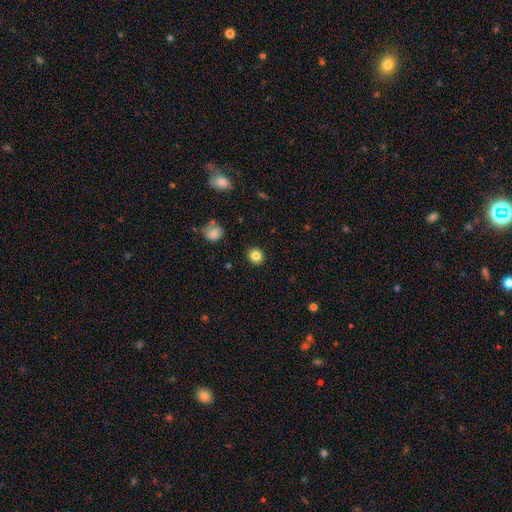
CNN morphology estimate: A smooth galaxy with no disk features (84%) that is round (84%). Merging: none (91%).